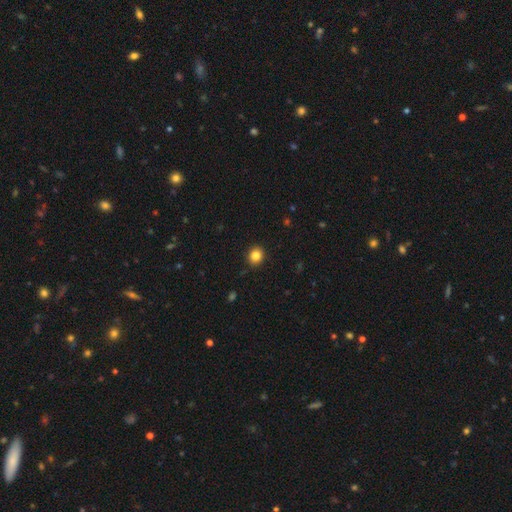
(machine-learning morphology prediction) Smooth or featured? smooth (84%)
How rounded? round (83%)
Merging? none (91%)